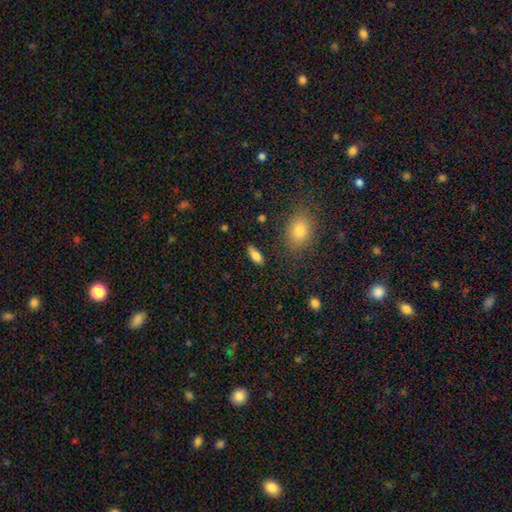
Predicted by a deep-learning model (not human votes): Smooth or featured?
  - smooth: 81% *
  - featured or disk: 11%
  - star or artifact: 8%
How rounded?
  - in between: 78% *
  - cigar-shaped: 19%
  - round: 3%
Merging?
  - none: 86% *
  - minor disturbance: 9%
  - major disturbance: 3%
  - merger: 2%